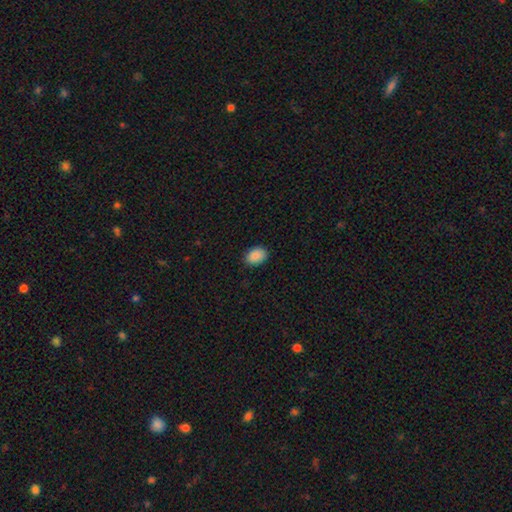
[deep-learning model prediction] A smooth galaxy with no disk features (90%) that is in between round and cigar-shaped (79%).

Vote fractions:
- Smooth or featured? smooth: 90% / star or artifact: 7% / featured or disk: 3%
- How rounded? in between: 79% / round: 20% / cigar-shaped: 1%
- Merging? none: 88% / minor disturbance: 9% / major disturbance: 2% / merger: 1%